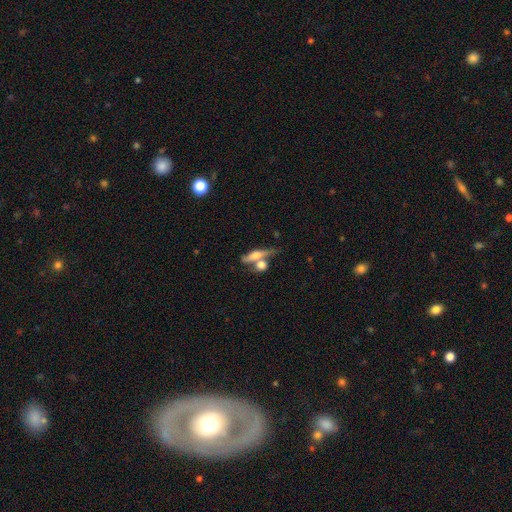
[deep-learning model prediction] smooth 46%, featured or disk 45%, star or artifact 9%. Down the decision tree: merging — merger (41%).